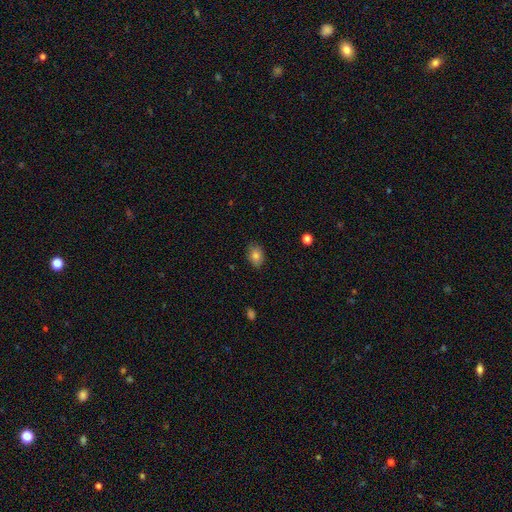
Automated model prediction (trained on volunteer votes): A smooth galaxy with no disk features (81%) that is in between round and cigar-shaped (73%). Merging: none (84%).